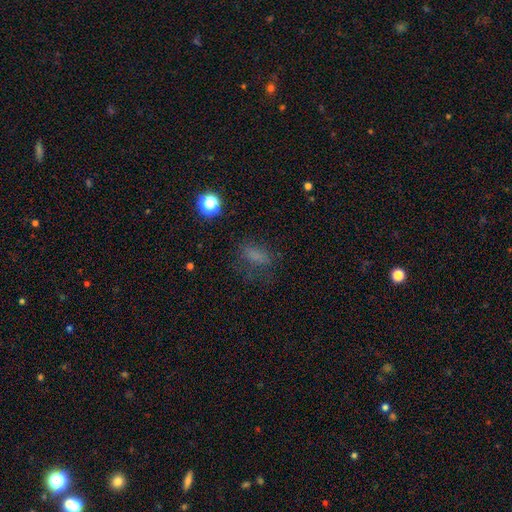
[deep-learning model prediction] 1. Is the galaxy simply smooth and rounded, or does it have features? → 65% smooth, 23% star or artifact, 13% featured or disk.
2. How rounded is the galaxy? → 72% in between, 19% round, 10% cigar-shaped.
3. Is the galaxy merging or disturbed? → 59% none, 21% minor disturbance, 18% major disturbance, 2% merger.